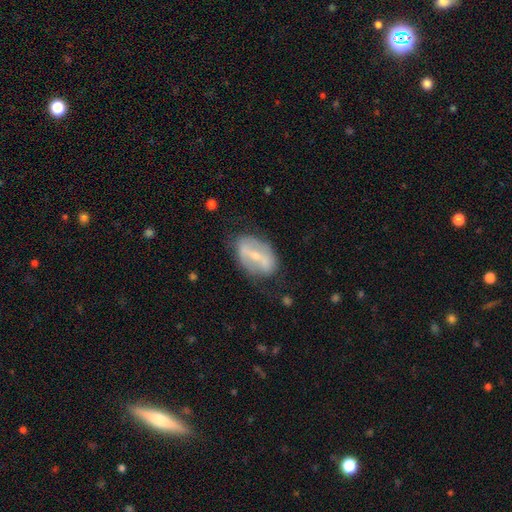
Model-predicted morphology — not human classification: smooth-or-featured: featured or disk: 68% | smooth: 25% | star or artifact: 7%
  disk-edge-on: no: 90% | yes: 10%
    bar: strong: 64% | weak: 24% | no: 12%
    has-spiral-arms: no: 55% | yes: 45%
    bulge-size: small: 57% | moderate: 38% | none: 2% | large: 2% | dominant: 1%
  merging: none: 70% | minor disturbance: 20% | major disturbance: 8% | merger: 2%